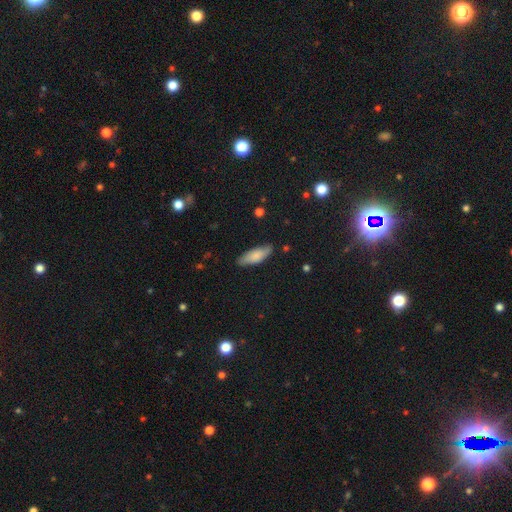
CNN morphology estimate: smooth-or-featured: smooth: 77% | featured or disk: 17% | star or artifact: 6%
  how-rounded: in between: 63% | cigar-shaped: 35% | round: 2%
  merging: none: 79% | minor disturbance: 17% | major disturbance: 3% | merger: 1%